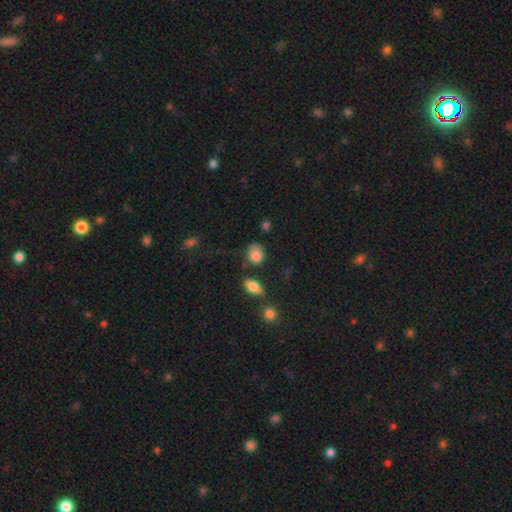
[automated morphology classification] Smooth or featured? Predicted: smooth (p=0.82). How rounded? Predicted: round (p=0.55). Merging? Predicted: none (p=0.57).